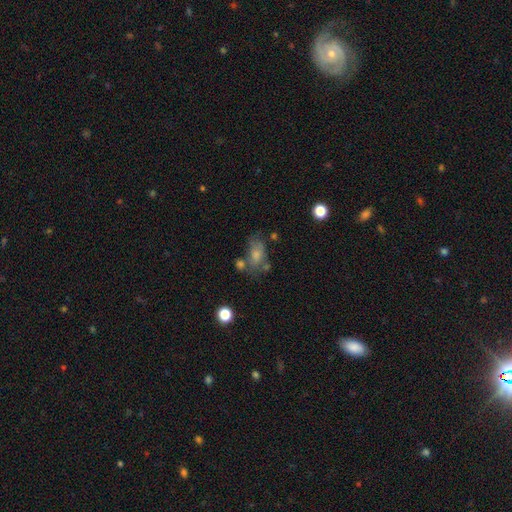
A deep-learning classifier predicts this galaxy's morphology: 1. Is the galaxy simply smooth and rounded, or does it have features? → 54% smooth, 28% featured or disk, 18% star or artifact.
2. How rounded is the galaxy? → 79% in between, 17% round, 4% cigar-shaped.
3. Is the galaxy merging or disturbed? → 50% none, 21% minor disturbance, 16% merger, 13% major disturbance.